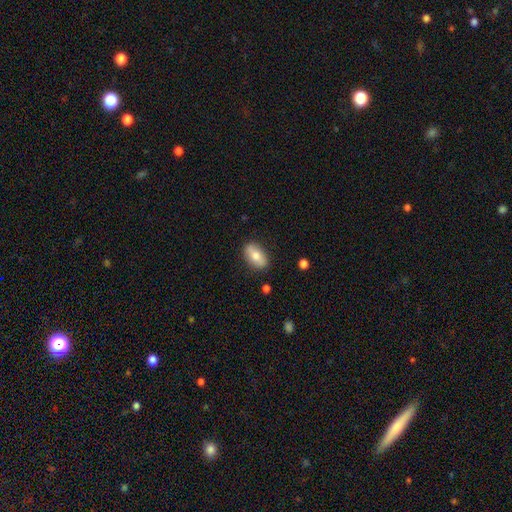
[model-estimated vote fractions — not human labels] A smooth galaxy with no disk features (72%) that is in between round and cigar-shaped (90%).

Vote fractions:
- Smooth or featured? smooth: 72% / featured or disk: 21% / star or artifact: 7%
- How rounded? in between: 90% / cigar-shaped: 6% / round: 5%
- Merging? none: 85% / minor disturbance: 11% / major disturbance: 2% / merger: 2%